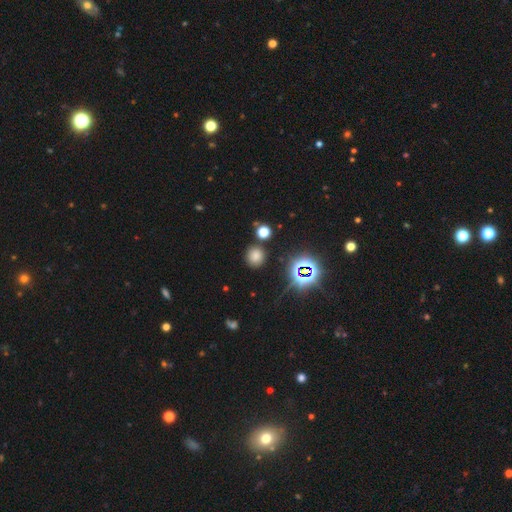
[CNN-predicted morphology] Smooth or featured: smooth — 70% (star or artifact — 24%)
How rounded: round — 86% (in between — 13%)
Merging: none — 84% (minor disturbance — 9%)